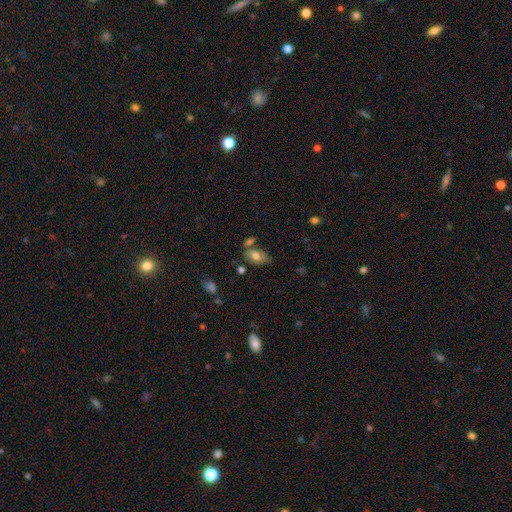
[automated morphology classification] This appears to be a smooth galaxy with no disk features (73%) that is in between round and cigar-shaped (90%). Merging: none (57%).